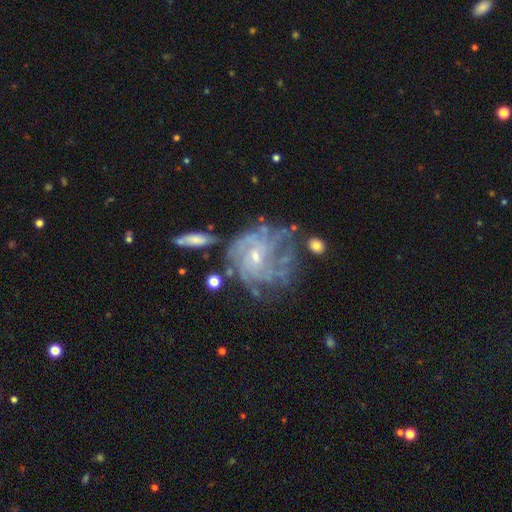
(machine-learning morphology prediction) A featured or disk galaxy (81%) with no bar (69%), tight (62%) spiral arms (84%) and a small central bulge (71%). Merging: none (50%).